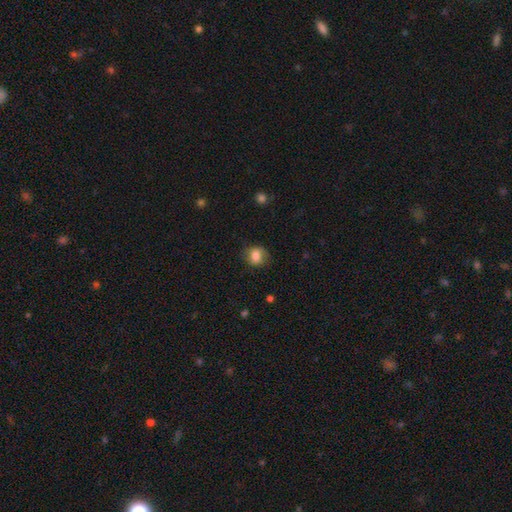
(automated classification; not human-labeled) Smooth or featured: smooth — 77% (featured or disk — 14%)
How rounded: round — 66% (in between — 33%)
Merging: none — 72% (minor disturbance — 20%)